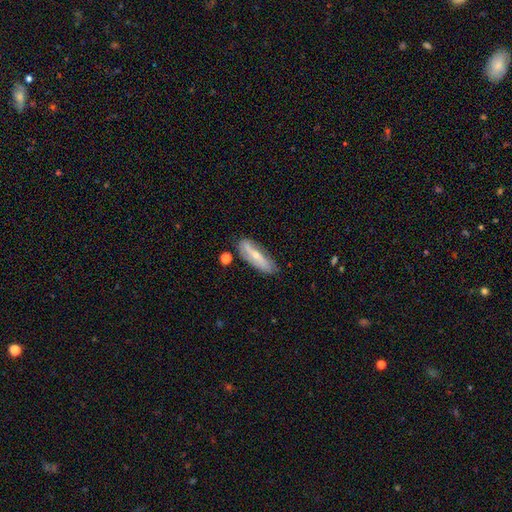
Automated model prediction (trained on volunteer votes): Q: Smooth or featured?
A: featured or disk (62%); runner-up: smooth (31%)
Q: Edge-on disk?
A: no (73%); runner-up: yes (27%)
Q: Merging?
A: none (69%); runner-up: minor disturbance (22%)